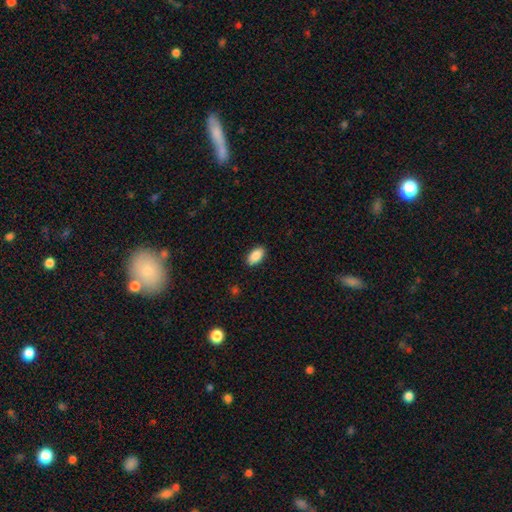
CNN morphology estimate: Q: Smooth or featured?
A: smooth (89%); runner-up: star or artifact (7%)
Q: How rounded?
A: in between (94%); runner-up: cigar-shaped (3%)
Q: Merging?
A: none (89%); runner-up: minor disturbance (8%)